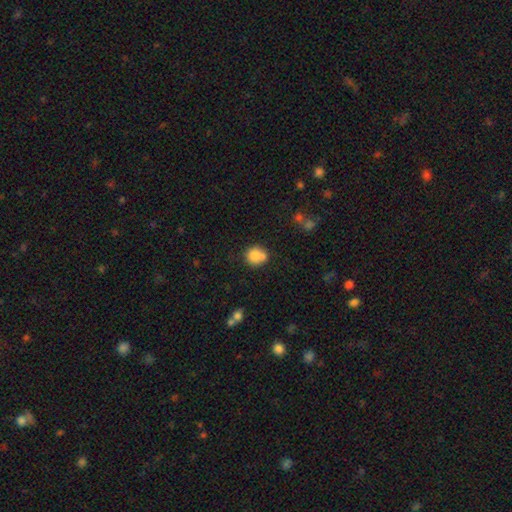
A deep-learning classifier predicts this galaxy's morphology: Overall: smooth (81%). How rounded: round (82%). Merging: none (53%; merger 27%).